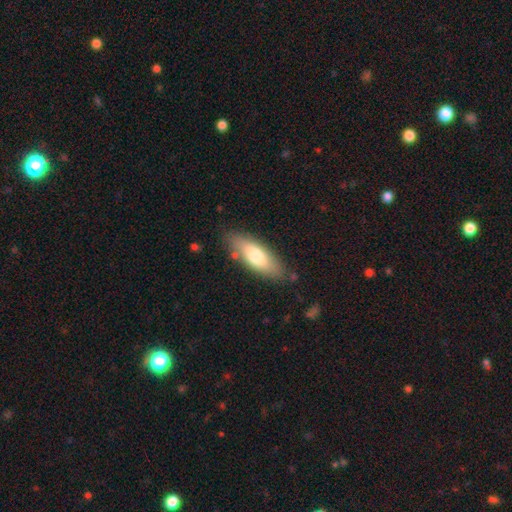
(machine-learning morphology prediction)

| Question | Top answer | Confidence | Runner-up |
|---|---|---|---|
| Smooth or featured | smooth | 71% | featured or disk (23%) |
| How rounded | in between | 64% | cigar-shaped (34%) |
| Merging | none | 81% | minor disturbance (13%) |